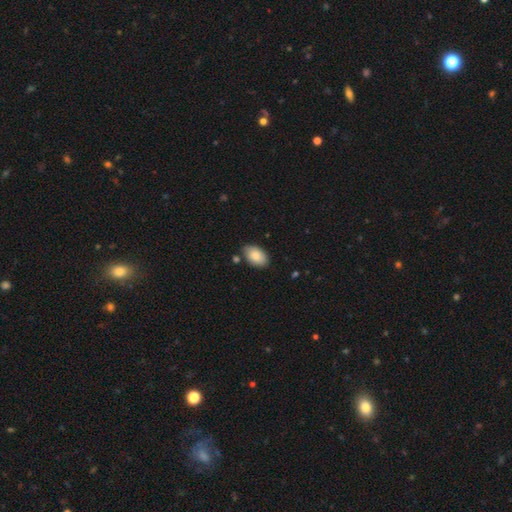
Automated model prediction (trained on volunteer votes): smooth-or-featured: smooth: 86% | featured or disk: 8% | star or artifact: 6%
  how-rounded: in between: 92% | round: 7% | cigar-shaped: 1%
  merging: none: 79% | minor disturbance: 15% | merger: 4% | major disturbance: 3%